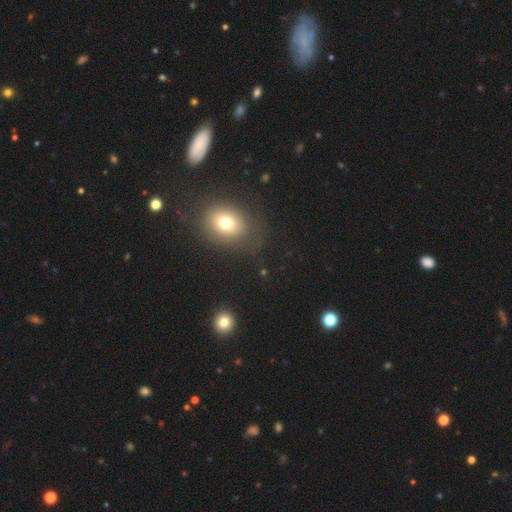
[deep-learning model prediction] Overall: smooth (62%; star or artifact 27%). How rounded: in between (57%; round 41%). Merging: none (85%).